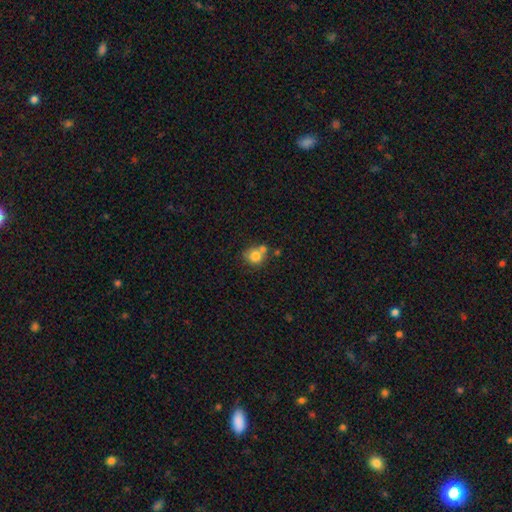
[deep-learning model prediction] Overall: smooth (78%). How rounded: round (80%). Merging: none (47%; merger 36%).